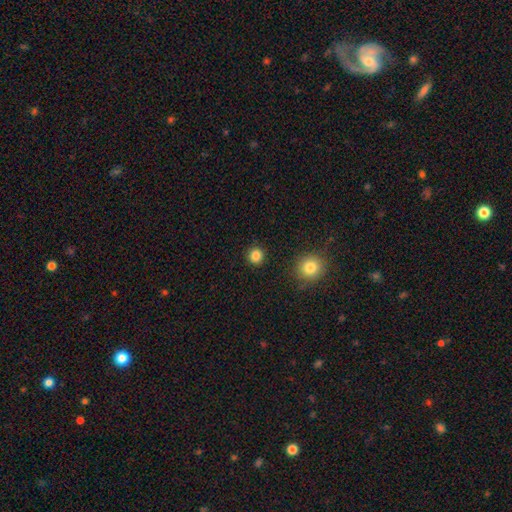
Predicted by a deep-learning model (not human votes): smooth-or-featured: smooth: 84% | star or artifact: 12% | featured or disk: 4%
  how-rounded: round: 93% | in between: 6% | cigar-shaped: 1%
  merging: none: 91% | minor disturbance: 5% | major disturbance: 2% | merger: 2%